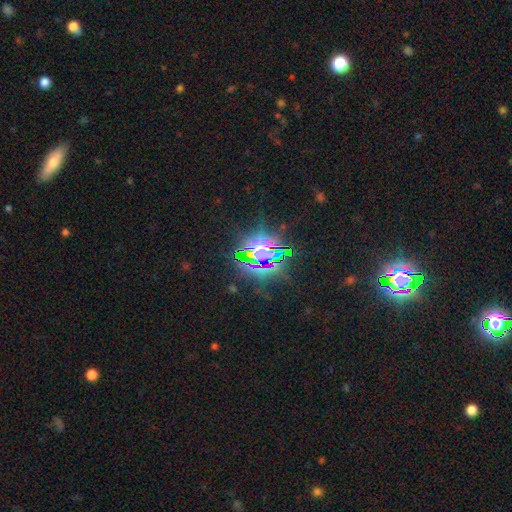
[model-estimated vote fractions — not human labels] Smooth or featured? Predicted: star or artifact (p=0.79).